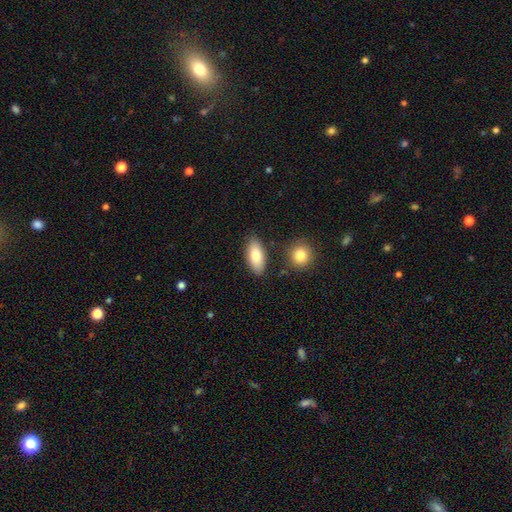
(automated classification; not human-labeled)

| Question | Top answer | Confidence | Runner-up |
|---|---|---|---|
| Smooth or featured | smooth | 81% | featured or disk (13%) |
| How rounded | in between | 88% | cigar-shaped (9%) |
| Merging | none | 82% | minor disturbance (11%) |